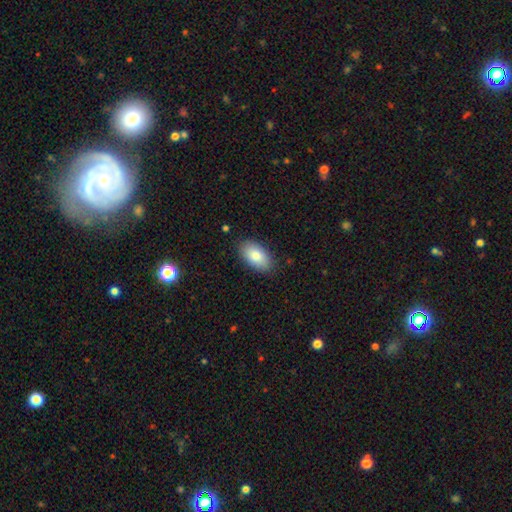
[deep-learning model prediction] smooth-or-featured: smooth: 83% | featured or disk: 11% | star or artifact: 6%
  how-rounded: in between: 95% | round: 4% | cigar-shaped: 2%
  merging: none: 86% | minor disturbance: 11% | major disturbance: 2% | merger: 1%